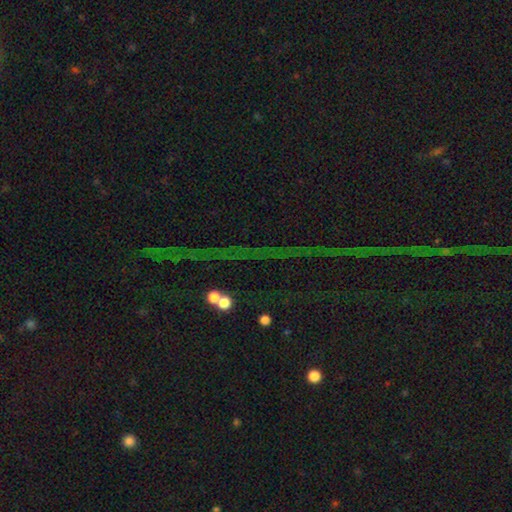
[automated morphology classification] Q: Smooth or featured?
A: star or artifact (82%); runner-up: featured or disk (10%)